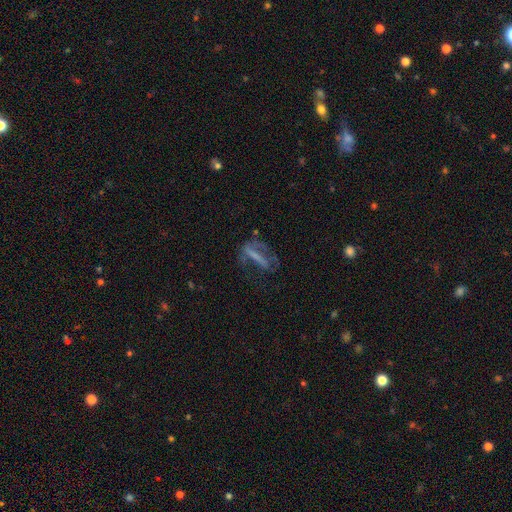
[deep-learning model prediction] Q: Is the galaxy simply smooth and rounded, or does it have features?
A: featured or disk — 53%.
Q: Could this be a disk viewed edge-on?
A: no — 75%.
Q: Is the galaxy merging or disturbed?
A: major disturbance — 41%.